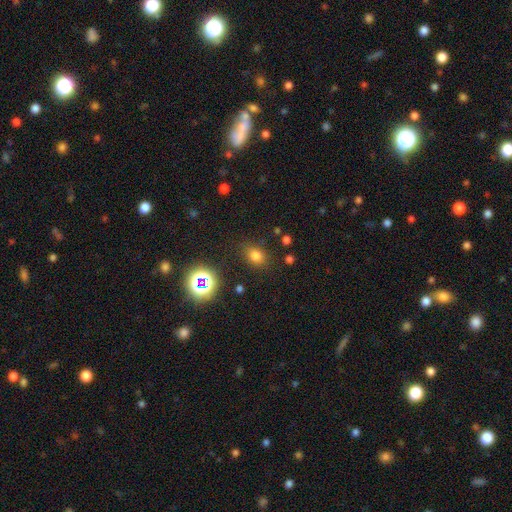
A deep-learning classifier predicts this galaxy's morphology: Smooth or featured? smooth (73%)
How rounded? in between (52%)
Merging? none (80%)